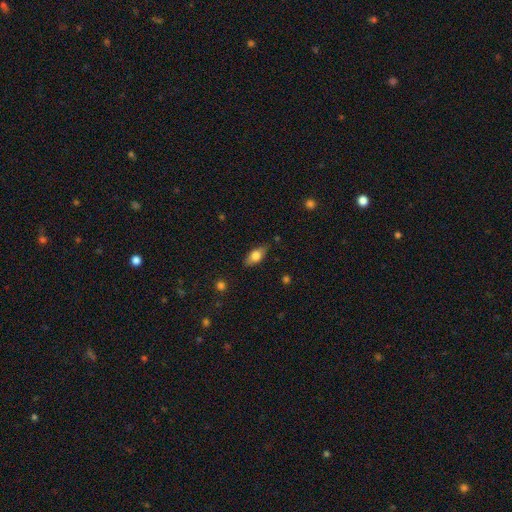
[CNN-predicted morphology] The model was most divided on "smooth or featured": smooth: 69%, featured or disk: 24%, star or artifact: 7%. More confident: how rounded — in between (82%); merging — none (79%).